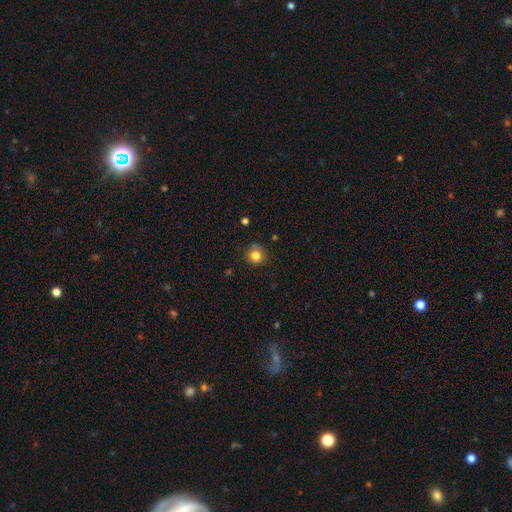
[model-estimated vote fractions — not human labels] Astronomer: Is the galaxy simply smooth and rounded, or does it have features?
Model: smooth — 82%.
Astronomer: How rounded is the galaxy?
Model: round — 91%.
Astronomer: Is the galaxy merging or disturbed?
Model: none — 79%.